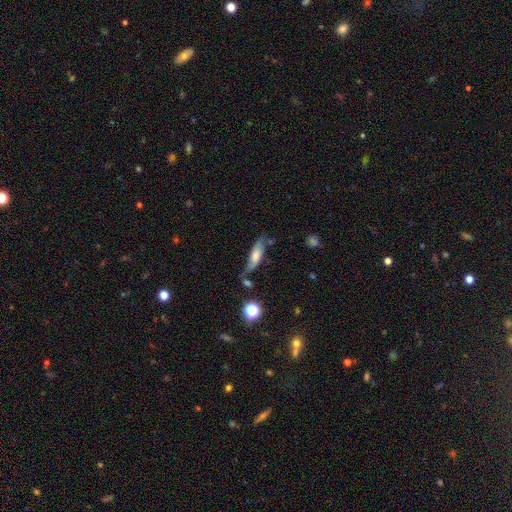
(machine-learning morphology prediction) Smooth or featured?
  - smooth: 52% *
  - featured or disk: 39%
  - star or artifact: 9%
How rounded?
  - cigar-shaped: 52% *
  - in between: 45%
  - round: 3%
Merging?
  - none: 53% *
  - minor disturbance: 27%
  - major disturbance: 11%
  - merger: 9%